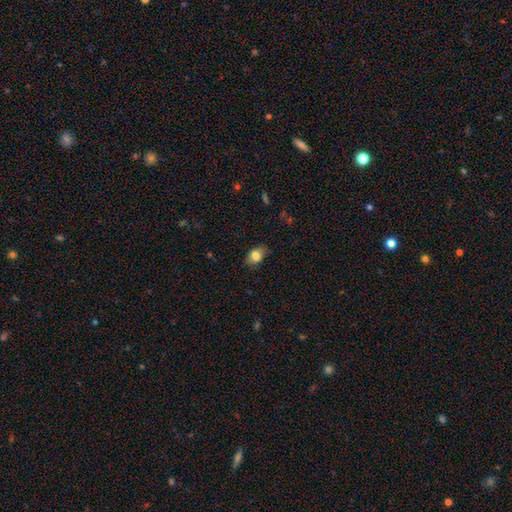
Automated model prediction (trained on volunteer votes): smooth 80%, featured or disk 12%, star or artifact 8%. Down the decision tree: how rounded — in between (79%); merging — none (79%).